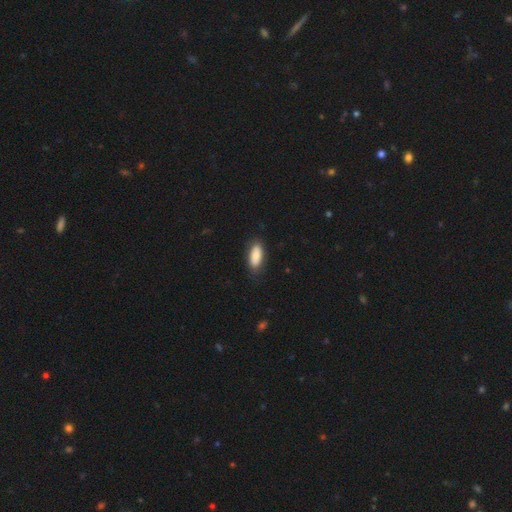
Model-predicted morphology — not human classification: Smooth or featured?
  - smooth: 84% *
  - featured or disk: 10%
  - star or artifact: 6%
How rounded?
  - in between: 86% *
  - cigar-shaped: 12%
  - round: 2%
Merging?
  - none: 78% *
  - minor disturbance: 17%
  - major disturbance: 4%
  - merger: 1%